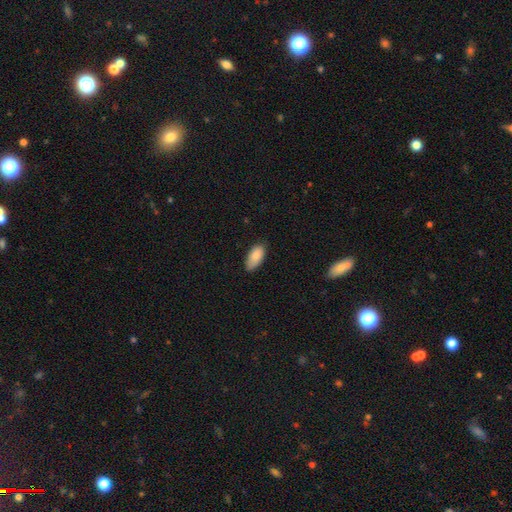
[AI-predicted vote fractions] Smooth or featured: smooth — 85% (featured or disk — 8%)
How rounded: in between — 92% (cigar-shaped — 5%)
Merging: none — 76% (minor disturbance — 20%)